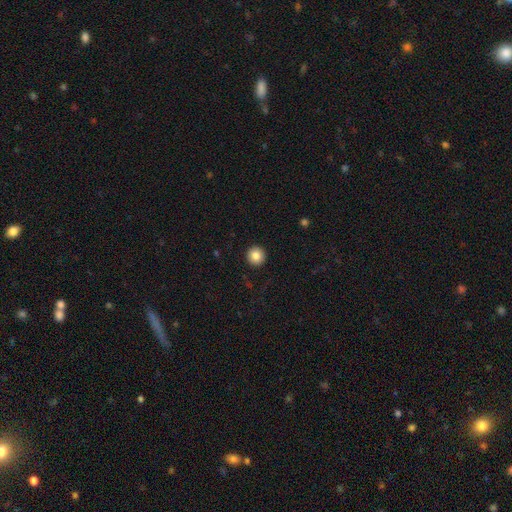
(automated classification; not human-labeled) Q: Smooth or featured?
A: smooth (84%); runner-up: star or artifact (9%)
Q: How rounded?
A: round (96%); runner-up: in between (3%)
Q: Merging?
A: none (93%); runner-up: minor disturbance (4%)